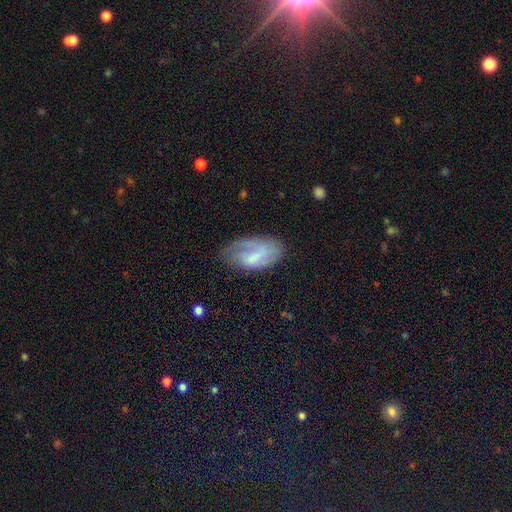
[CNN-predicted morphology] Smooth or featured? smooth (47%)
Merging? none (49%)